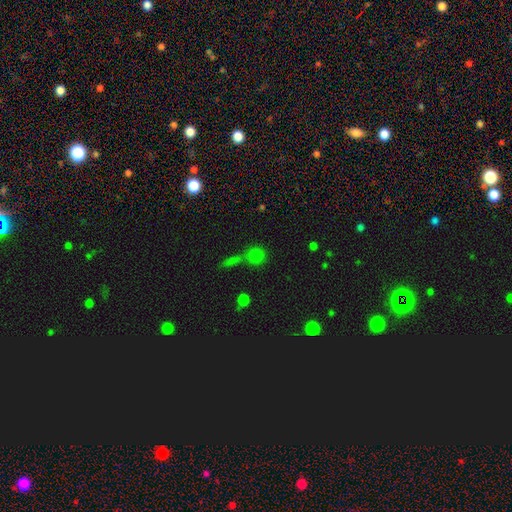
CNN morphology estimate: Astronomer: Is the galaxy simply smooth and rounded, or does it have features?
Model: smooth — 72%.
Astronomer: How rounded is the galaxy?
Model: round — 85%.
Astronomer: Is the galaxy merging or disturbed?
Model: none — 55% (runner-up: merger, 32%).